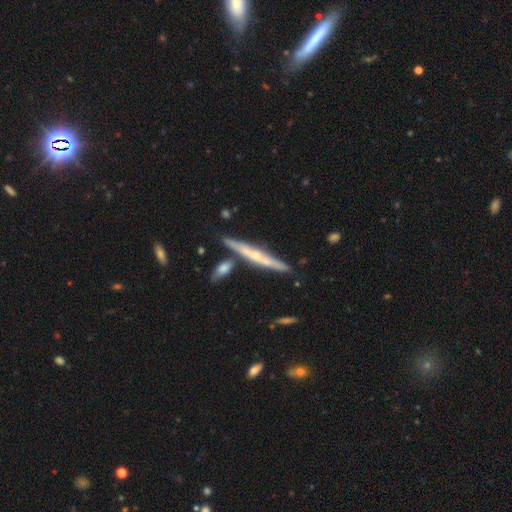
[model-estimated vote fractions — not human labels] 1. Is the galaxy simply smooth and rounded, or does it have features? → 65% featured or disk, 29% smooth, 7% star or artifact.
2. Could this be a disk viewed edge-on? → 95% yes, 5% no.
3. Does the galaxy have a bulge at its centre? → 59% rounded, 34% none, 7% boxy.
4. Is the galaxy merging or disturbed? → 78% none, 12% minor disturbance, 8% merger, 3% major disturbance.